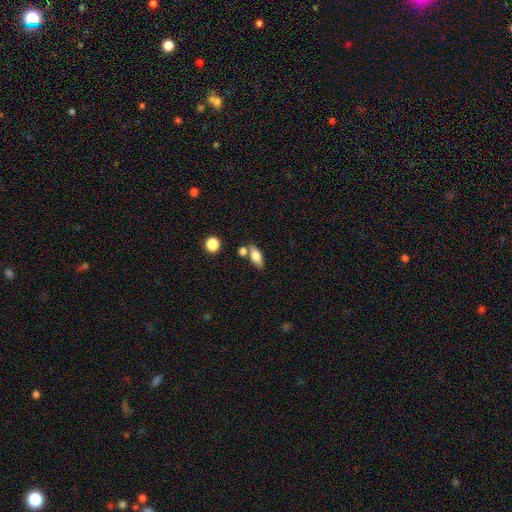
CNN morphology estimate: Smooth or featured?
  - smooth: 70% *
  - featured or disk: 22%
  - star or artifact: 8%
How rounded?
  - in between: 76% *
  - cigar-shaped: 18%
  - round: 6%
Merging?
  - none: 67% *
  - merger: 15%
  - minor disturbance: 14%
  - major disturbance: 4%